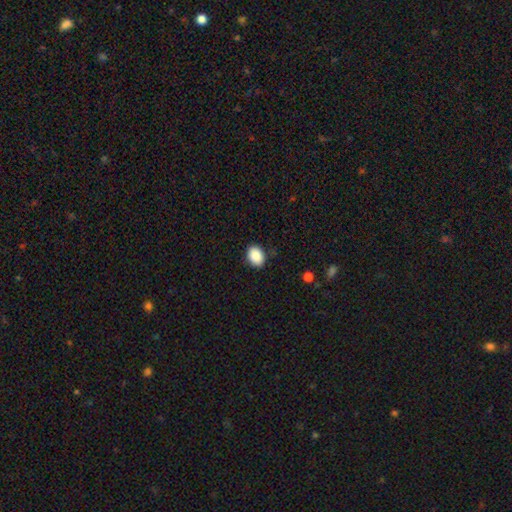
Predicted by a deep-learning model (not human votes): This appears to be a smooth galaxy with no disk features (89%) that is in between round and cigar-shaped (71%). Merging: none (86%).